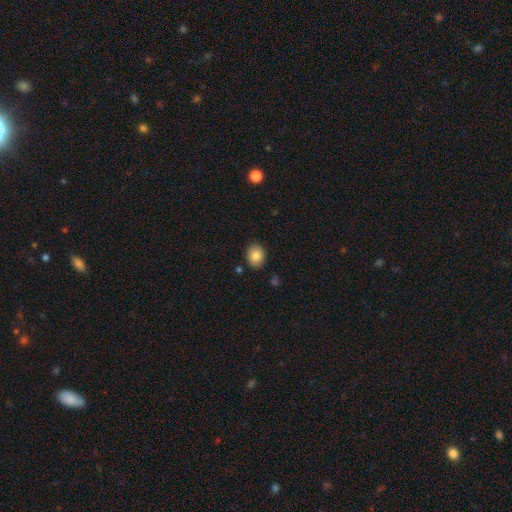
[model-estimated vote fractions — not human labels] smooth-or-featured: smooth: 83% | star or artifact: 8% | featured or disk: 8%
  how-rounded: in between: 54% | round: 45% | cigar-shaped: 1%
  merging: none: 87% | minor disturbance: 9% | major disturbance: 2% | merger: 2%